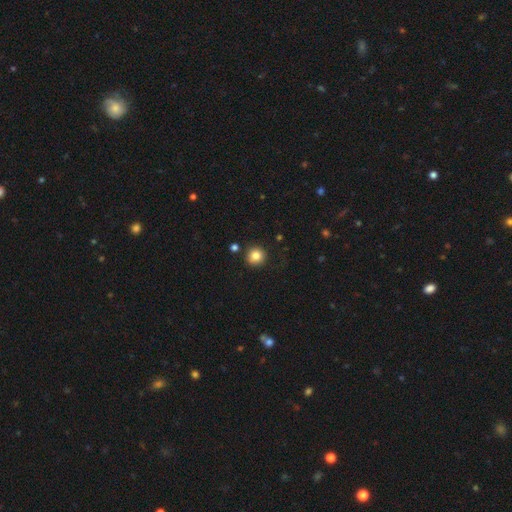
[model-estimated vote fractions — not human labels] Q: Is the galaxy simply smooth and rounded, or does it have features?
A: smooth — 83%.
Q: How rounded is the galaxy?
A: round — 93%.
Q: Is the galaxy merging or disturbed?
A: none — 88%.